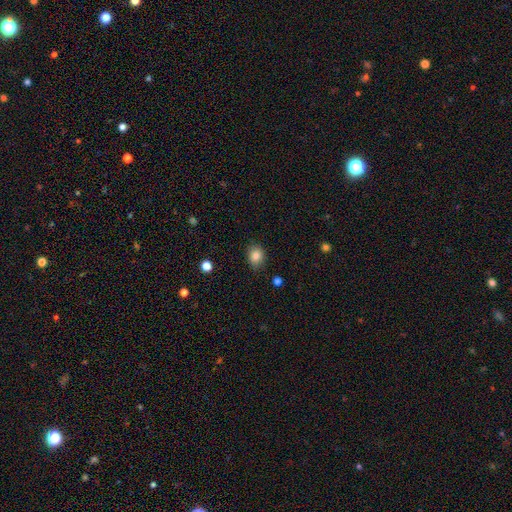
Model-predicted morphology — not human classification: type=smooth (84%); roundness=round (51%); merging=none (84%).